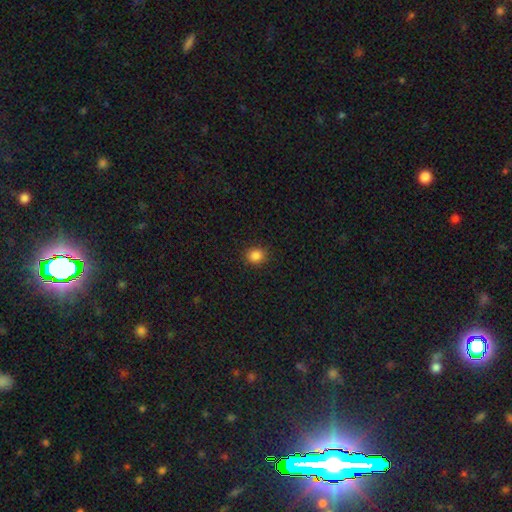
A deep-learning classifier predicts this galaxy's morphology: Smooth or featured?
  - smooth: 86% *
  - star or artifact: 11%
  - featured or disk: 3%
How rounded?
  - round: 75% *
  - in between: 25%
  - cigar-shaped: 1%
Merging?
  - none: 91% *
  - minor disturbance: 6%
  - major disturbance: 2%
  - merger: 1%